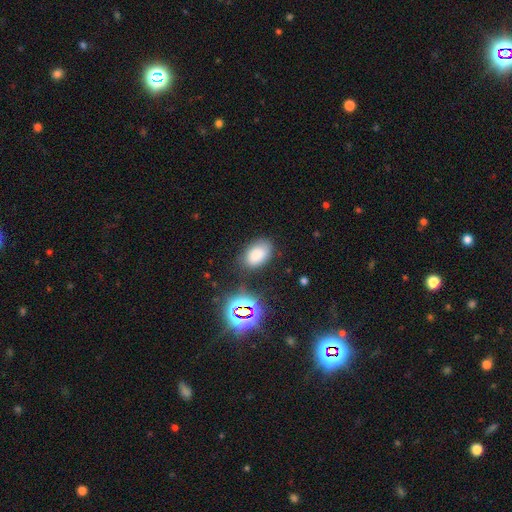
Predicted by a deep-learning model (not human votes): Smooth or featured? smooth (77%)
How rounded? in between (89%)
Merging? none (75%)